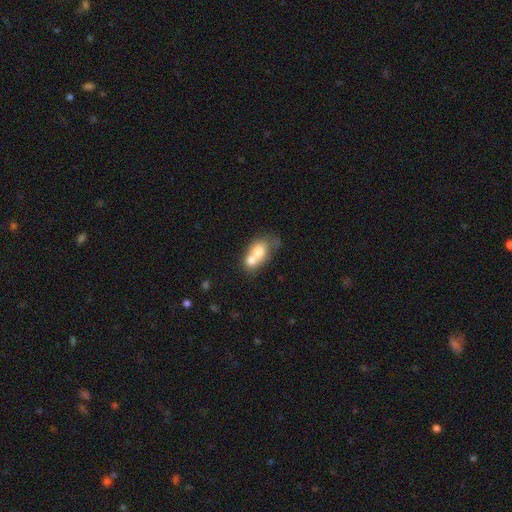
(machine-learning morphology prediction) smooth-or-featured: smooth: 68% | featured or disk: 23% | star or artifact: 8%
  how-rounded: in between: 62% | round: 36% | cigar-shaped: 2%
  merging: merger: 67% | none: 21% | minor disturbance: 8% | major disturbance: 4%